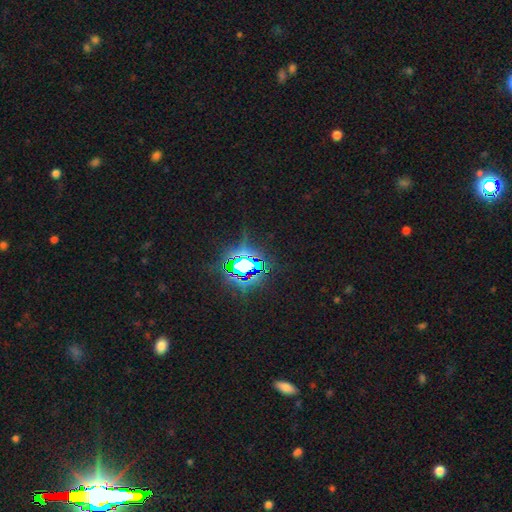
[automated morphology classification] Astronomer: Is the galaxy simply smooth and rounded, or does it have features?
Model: star or artifact — 81%.